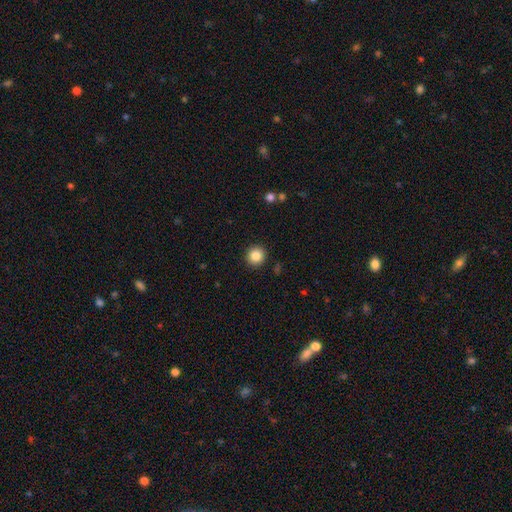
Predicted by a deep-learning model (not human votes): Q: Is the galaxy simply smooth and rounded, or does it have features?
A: smooth — 86%.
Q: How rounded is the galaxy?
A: round — 93%.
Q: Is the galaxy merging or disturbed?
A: none — 92%.